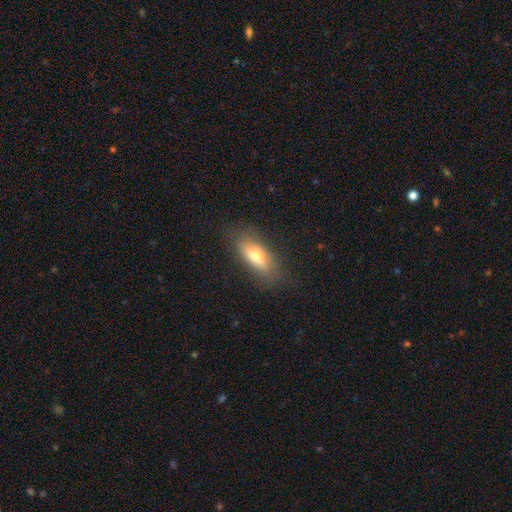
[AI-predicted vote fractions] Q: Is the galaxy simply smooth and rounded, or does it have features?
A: smooth — 66%.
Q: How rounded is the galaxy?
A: in between — 73%.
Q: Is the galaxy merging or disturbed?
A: none — 77%.